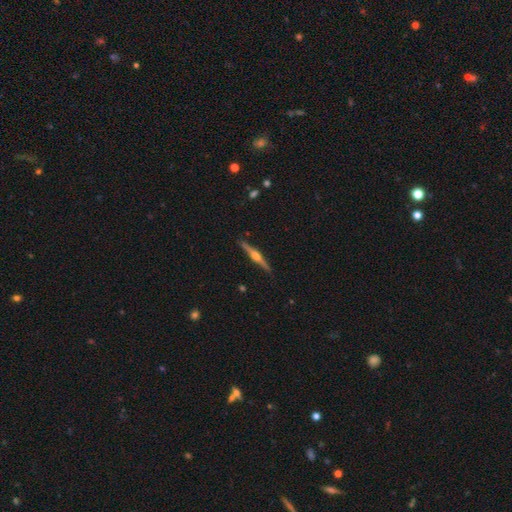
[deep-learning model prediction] smooth_or_featured: featured or disk (p=0.78) [alt: smooth p=0.16]
disk_edge_on: yes (p=0.98) [alt: no p=0.02]
edge_on_bulge: rounded (p=0.92) [alt: boxy p=0.05]
merging: none (p=0.91) [alt: minor disturbance p=0.07]